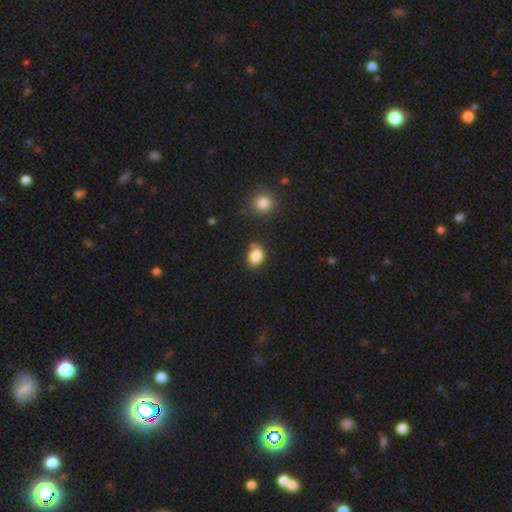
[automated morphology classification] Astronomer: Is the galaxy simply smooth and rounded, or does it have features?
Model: smooth — 85%.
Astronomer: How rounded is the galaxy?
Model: in between — 66%.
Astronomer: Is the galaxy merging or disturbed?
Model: none — 67%.